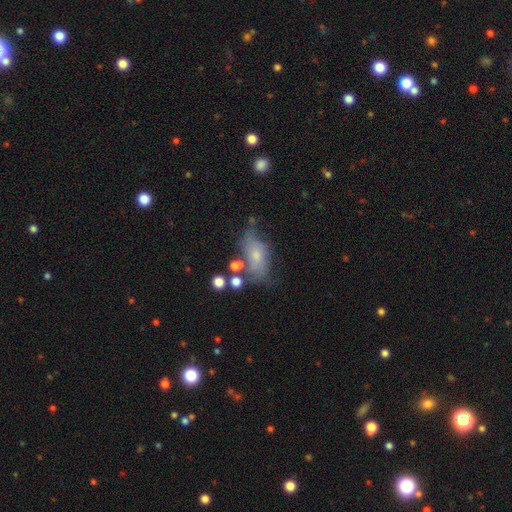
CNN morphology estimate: Smooth or featured? Predicted: smooth (p=0.48). Merging? Predicted: none (p=0.34).